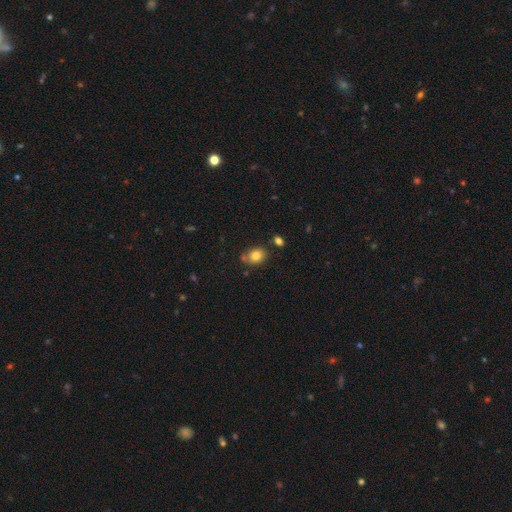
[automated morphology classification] A smooth galaxy with no disk features (81%) that is in between round and cigar-shaped (50%).

Vote fractions:
- Smooth or featured? smooth: 81% / star or artifact: 10% / featured or disk: 9%
- How rounded? in between: 50% / round: 49% / cigar-shaped: 1%
- Merging? none: 71% / minor disturbance: 16% / merger: 10% / major disturbance: 4%